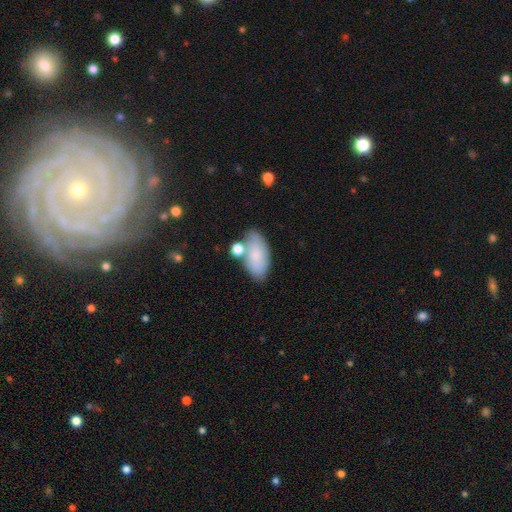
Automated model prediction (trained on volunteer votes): The model was most divided on "merging": none: 61%, minor disturbance: 18%, merger: 16%, major disturbance: 6%. More confident: how rounded — in between (93%); smooth or featured — smooth (80%).